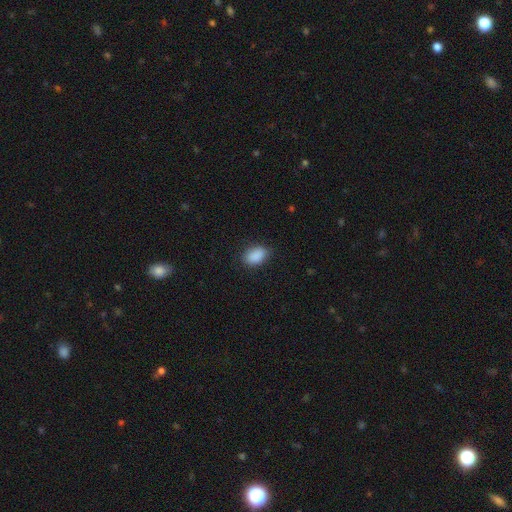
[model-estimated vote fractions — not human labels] Q: Smooth or featured?
A: smooth (89%); runner-up: star or artifact (8%)
Q: How rounded?
A: in between (86%); runner-up: round (12%)
Q: Merging?
A: none (82%); runner-up: minor disturbance (14%)